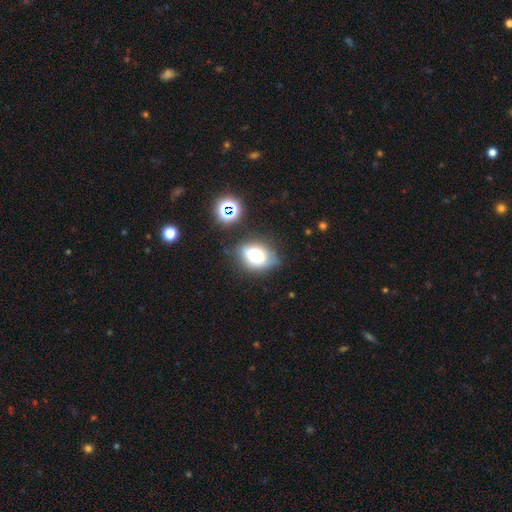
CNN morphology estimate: Smooth or featured? Predicted: smooth (p=0.66). How rounded? Predicted: in between (p=0.77). Merging? Predicted: none (p=0.67).